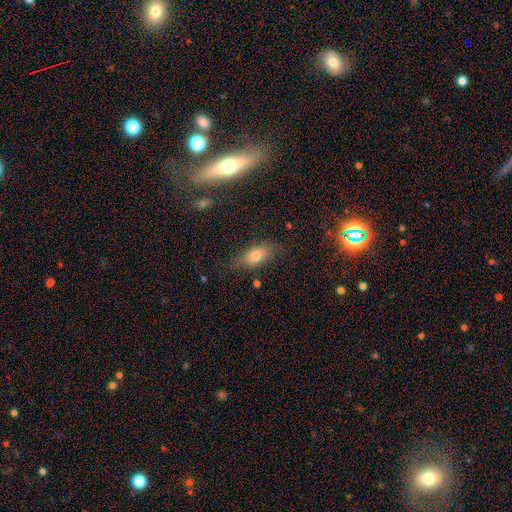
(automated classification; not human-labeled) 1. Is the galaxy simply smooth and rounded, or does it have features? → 66% smooth, 21% featured or disk, 13% star or artifact.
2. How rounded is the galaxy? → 79% in between, 13% cigar-shaped, 8% round.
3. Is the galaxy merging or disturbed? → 73% none, 19% minor disturbance, 6% major disturbance, 2% merger.